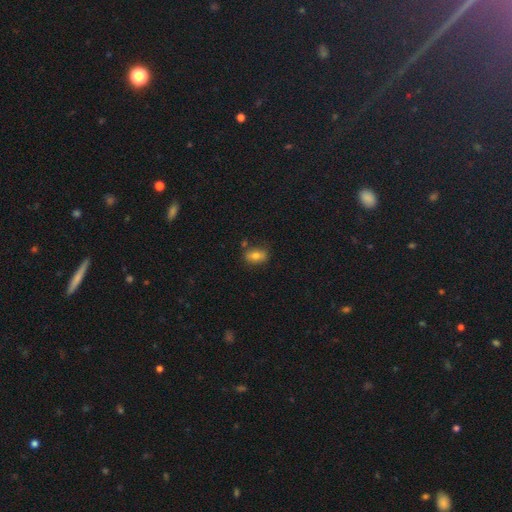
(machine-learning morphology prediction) Smooth or featured: smooth — 73% (featured or disk — 17%)
How rounded: in between — 80% (round — 16%)
Merging: none — 74% (minor disturbance — 16%)